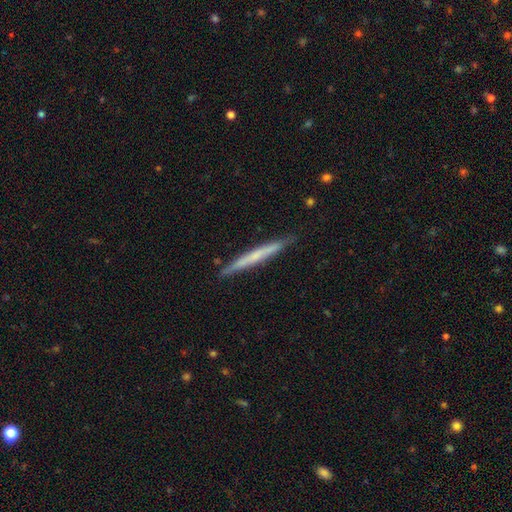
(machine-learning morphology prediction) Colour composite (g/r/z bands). It shows a featured or disk galaxy (50%). Merging: none (88%).